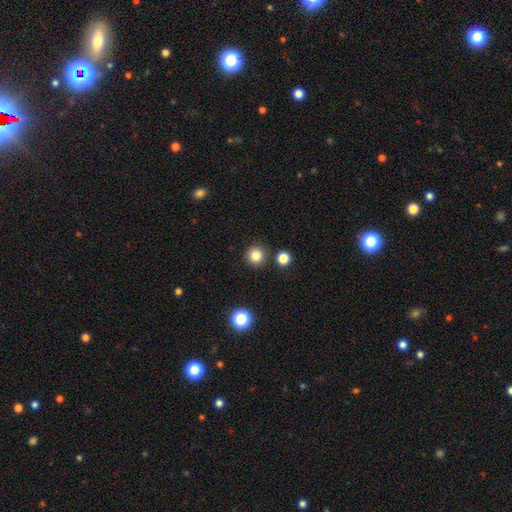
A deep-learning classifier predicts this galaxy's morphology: Smooth or featured? smooth (83%)
How rounded? round (94%)
Merging? none (89%)